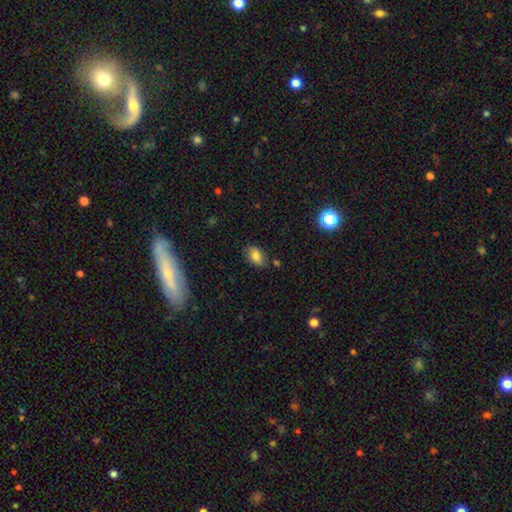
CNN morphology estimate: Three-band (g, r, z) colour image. It shows a smooth galaxy with no disk features (80%) that is in between round and cigar-shaped (89%). Merging: none (81%).